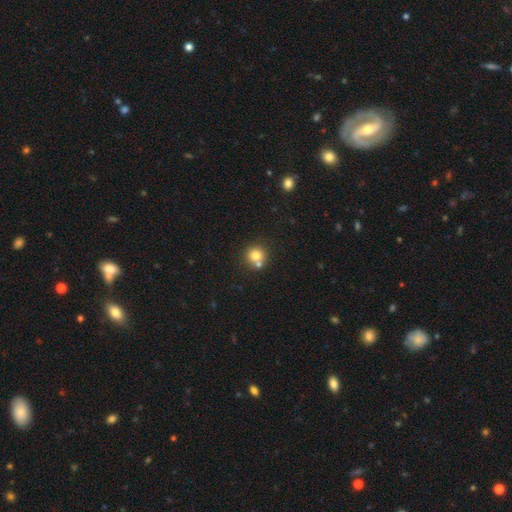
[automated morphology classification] Overall: smooth (78%). How rounded: round (91%). Merging: none (62%; merger 28%).